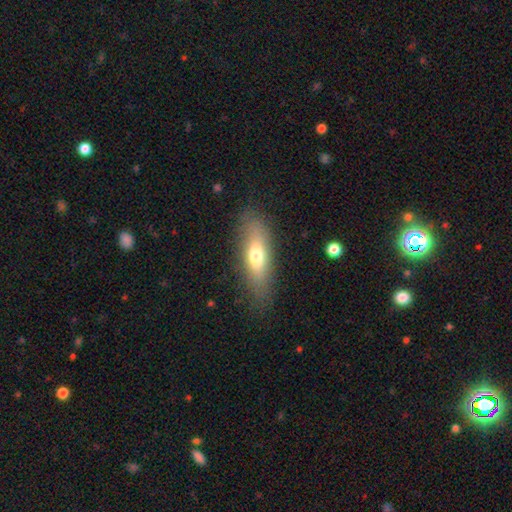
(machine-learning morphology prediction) This is likely a smooth galaxy (64%). How rounded: possibly in between (51%). Merging: clearly none (80%).